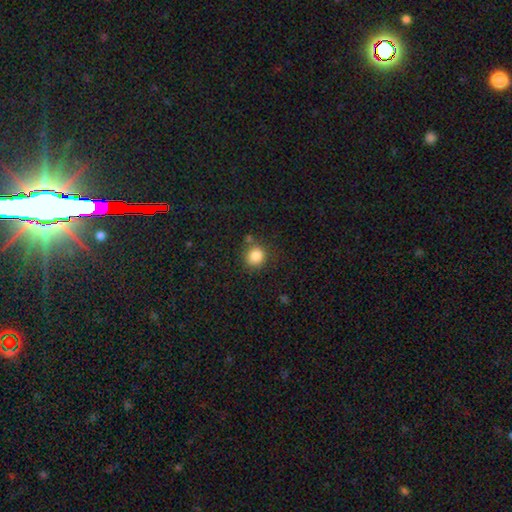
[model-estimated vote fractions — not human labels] This is clearly a smooth galaxy (86%). How rounded: clearly round (82%). Merging: likely none (74%).